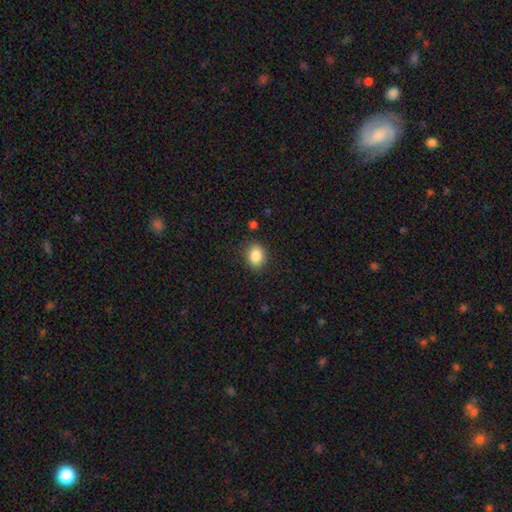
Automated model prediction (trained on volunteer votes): Morphology: type=smooth (86%); roundness=in between (53%); merging=none (86%).